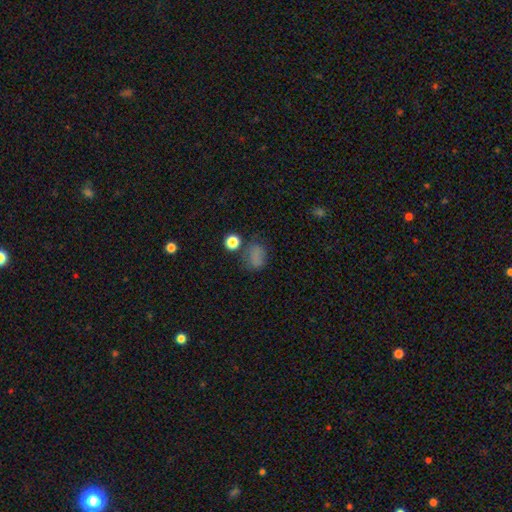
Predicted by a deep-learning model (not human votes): A smooth galaxy with no disk features (74%) that is in between round and cigar-shaped (55%).

Vote fractions:
- Smooth or featured? smooth: 74% / star or artifact: 19% / featured or disk: 7%
- How rounded? in between: 55% / round: 43% / cigar-shaped: 1%
- Merging? none: 62% / minor disturbance: 21% / major disturbance: 10% / merger: 8%